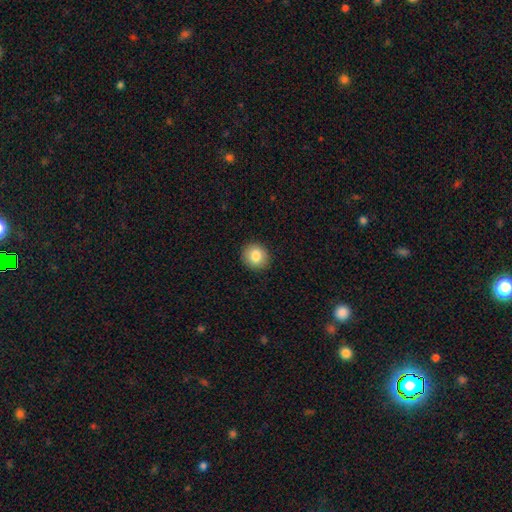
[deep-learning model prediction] Smooth or featured: smooth — 84% (star or artifact — 9%)
How rounded: round — 82% (in between — 17%)
Merging: none — 91% (minor disturbance — 6%)